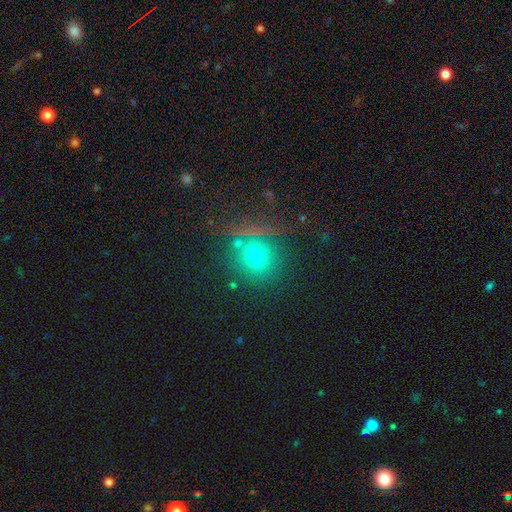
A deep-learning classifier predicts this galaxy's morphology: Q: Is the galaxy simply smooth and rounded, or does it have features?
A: smooth — 64%.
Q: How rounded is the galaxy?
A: round — 86%.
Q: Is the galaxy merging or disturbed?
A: none — 79%.